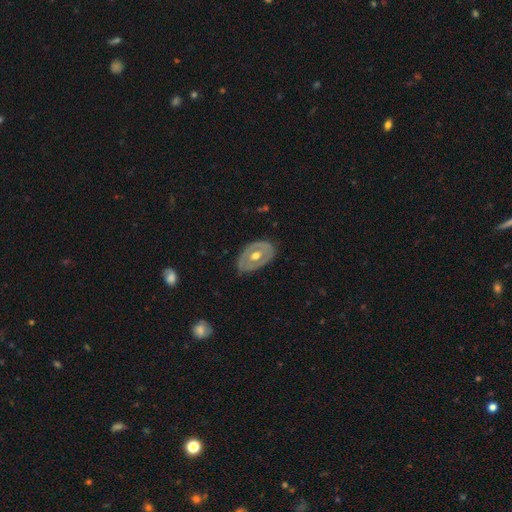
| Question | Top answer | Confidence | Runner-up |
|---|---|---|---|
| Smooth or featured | featured or disk | 51% | smooth (46%) |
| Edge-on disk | no | 95% | yes (5%) |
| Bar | no | 79% | weak (16%) |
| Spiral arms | no | 95% | yes (5%) |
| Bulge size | moderate | 74% | small (16%) |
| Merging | none | 58% | minor disturbance (39%) |